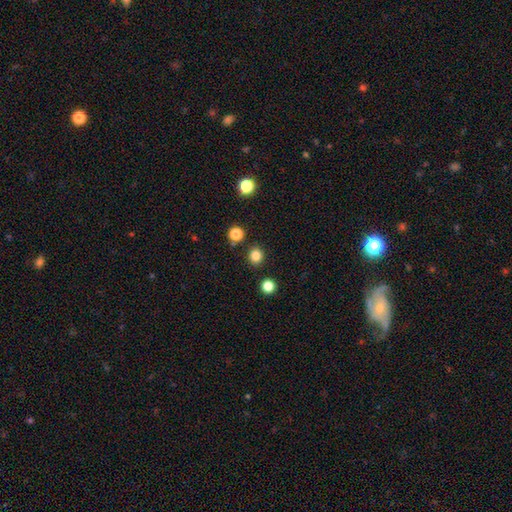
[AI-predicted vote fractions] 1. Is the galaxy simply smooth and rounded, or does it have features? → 83% smooth, 13% star or artifact, 4% featured or disk.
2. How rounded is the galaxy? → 86% round, 14% in between, 1% cigar-shaped.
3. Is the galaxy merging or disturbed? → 89% none, 6% minor disturbance, 3% merger, 2% major disturbance.